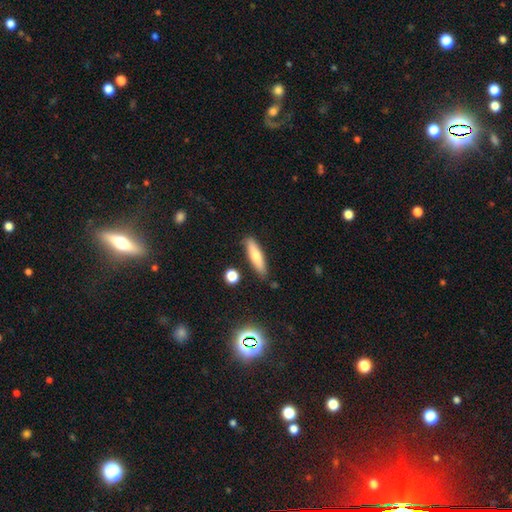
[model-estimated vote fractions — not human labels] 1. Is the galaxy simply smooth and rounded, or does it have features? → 69% smooth, 24% featured or disk, 7% star or artifact.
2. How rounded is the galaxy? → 72% cigar-shaped, 26% in between, 2% round.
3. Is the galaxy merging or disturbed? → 83% none, 11% minor disturbance, 3% merger, 2% major disturbance.